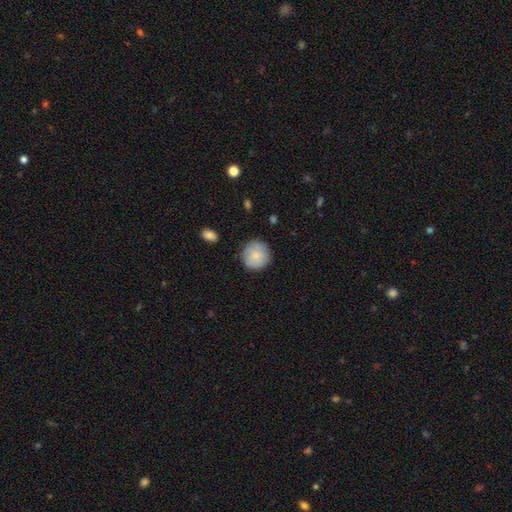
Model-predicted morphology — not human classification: The model was most divided on "smooth or featured": smooth: 83%, featured or disk: 10%, star or artifact: 6%. More confident: how rounded — round (94%); merging — none (85%).